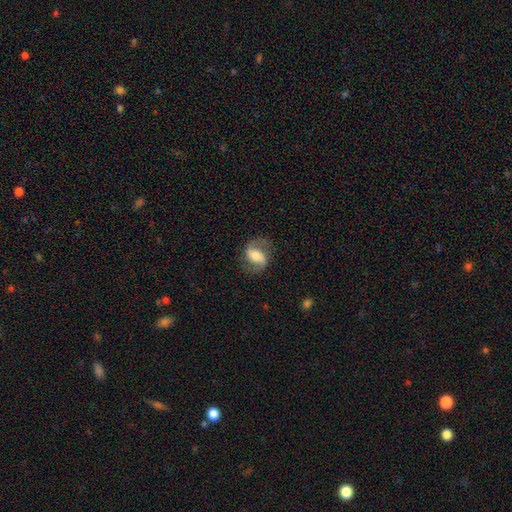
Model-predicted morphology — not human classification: smooth-or-featured: featured or disk: 74% | smooth: 20% | star or artifact: 6%
  disk-edge-on: no: 97% | yes: 3%
    bar: strong: 37% (tied) | weak: 37% (tied) | no: 26%
    has-spiral-arms: yes: 92% | no: 8%
      spiral-winding: medium: 45% | loose: 40% | tight: 15%
      spiral-arm-count: 2: 90% | can't tell: 4% | 1: 3% | 3: 1% | 4: 1% | more than 4: 1%
    bulge-size: moderate: 55% | small: 26% | large: 14% | none: 3% | dominant: 2%
  merging: none: 76% | minor disturbance: 15% | major disturbance: 8% | merger: 1%